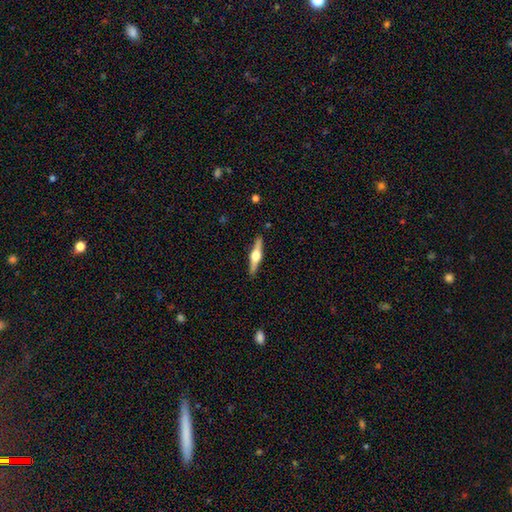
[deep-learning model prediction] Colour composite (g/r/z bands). It shows a featured or disk galaxy (75%) viewed edge-on (98%) with a rounded central bulge (96%). Merging: none (91%).